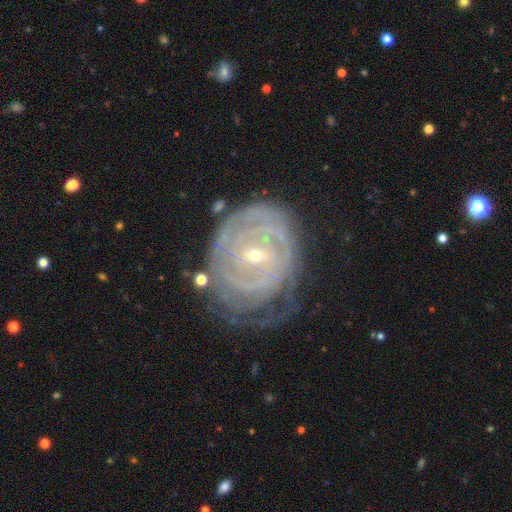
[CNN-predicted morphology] The model was most divided on "bar": weak: 47%, no: 29%, strong: 23%. Remaining: edge-on disk — no (96%); spiral arms — yes (93%); smooth or featured — featured or disk (86%); spiral winding — tight (83%); bulge size — small (67%); merging — none (60%); spiral arm count — can't tell (42%).